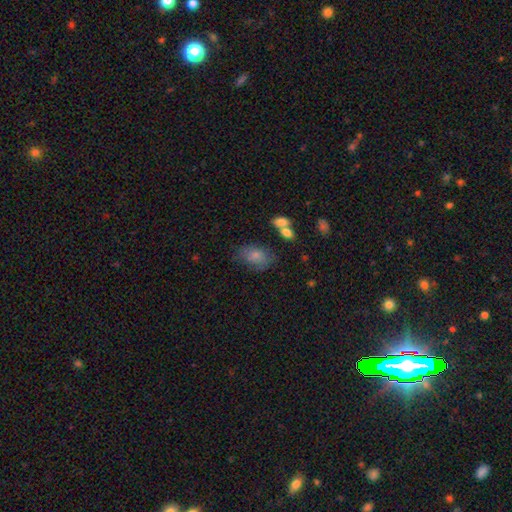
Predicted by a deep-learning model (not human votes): Smooth or featured? smooth (77%)
How rounded? in between (86%)
Merging? none (56%)